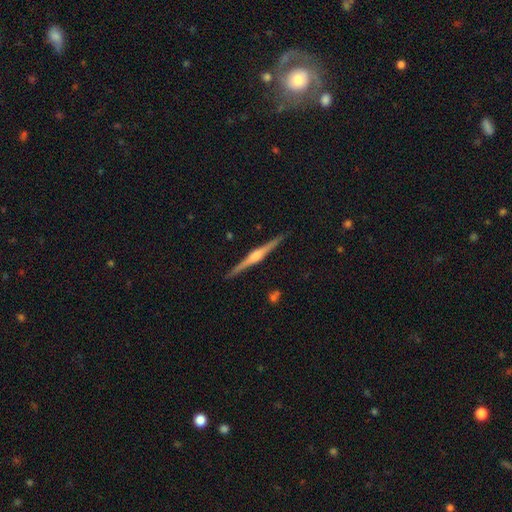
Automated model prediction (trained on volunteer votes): smooth-or-featured: featured or disk: 83% | smooth: 12% | star or artifact: 5%
  disk-edge-on: yes: 99% | no: 1%
    edge-on-bulge: rounded: 78% | boxy: 16% | none: 6%
  merging: none: 92% | minor disturbance: 6% | major disturbance: 1% | merger: 1%